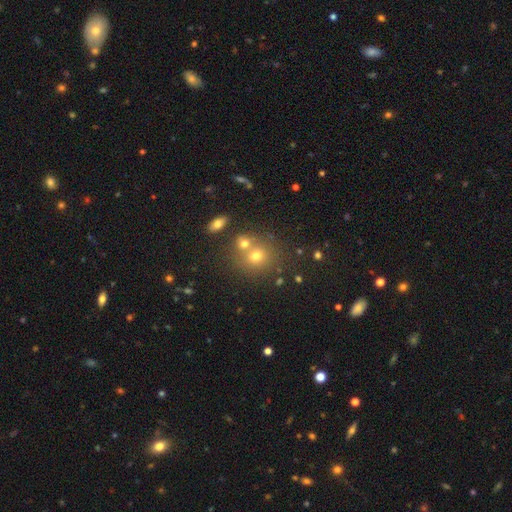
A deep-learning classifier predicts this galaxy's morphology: Smooth or featured: smooth — 66% (star or artifact — 20%)
How rounded: round — 84% (in between — 15%)
Merging: none — 60% (merger — 28%)